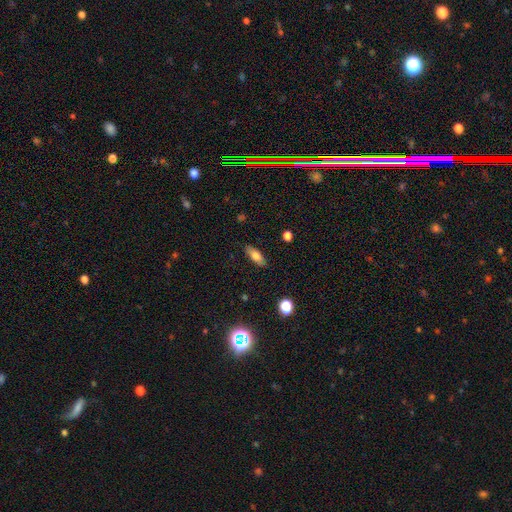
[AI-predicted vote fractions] smooth_or_featured: smooth (p=0.74) [alt: featured or disk p=0.18]
how_rounded: in between (p=0.71) [alt: cigar-shaped p=0.26]
merging: none (p=0.86) [alt: minor disturbance p=0.10]